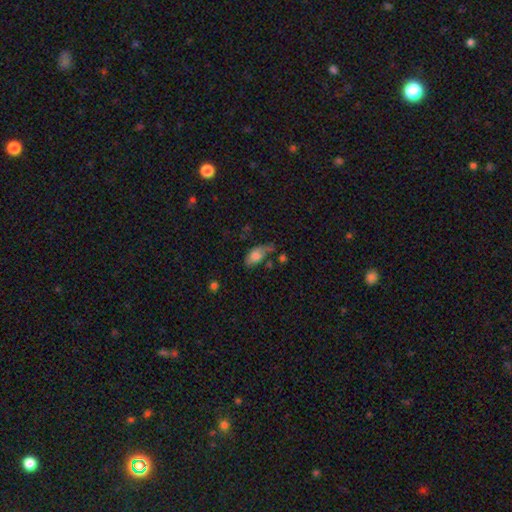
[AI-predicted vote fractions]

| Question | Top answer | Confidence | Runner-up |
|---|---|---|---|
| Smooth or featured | smooth | 74% | featured or disk (17%) |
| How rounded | in between | 90% | round (5%) |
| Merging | none | 35% | minor disturbance (34%) |